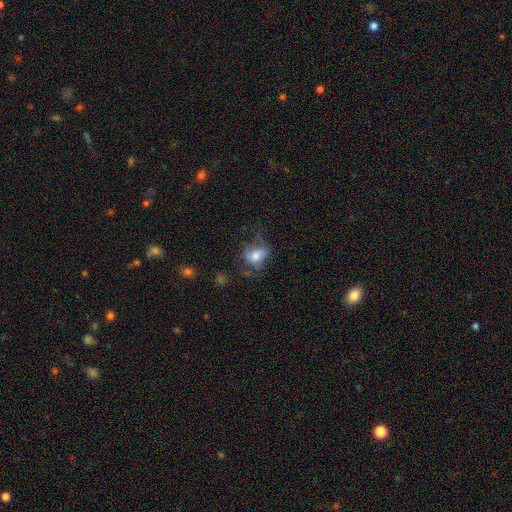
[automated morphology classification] smooth 59%, featured or disk 32%, star or artifact 10%. Down the decision tree: how rounded — in between (64%); merging — none (42%).